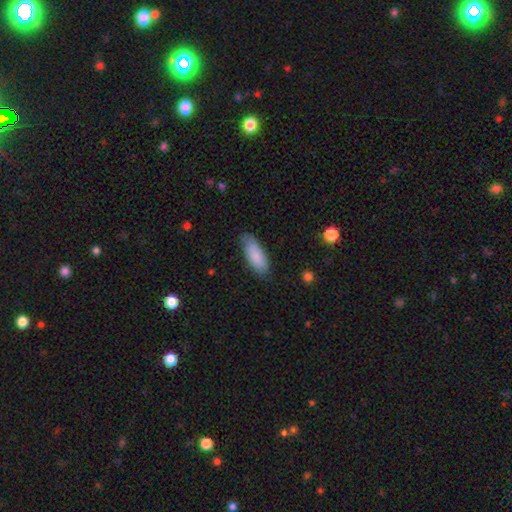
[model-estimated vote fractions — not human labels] The model was most divided on "how rounded": in between: 76%, cigar-shaped: 22%, round: 2%. More confident: smooth or featured — smooth (83%); merging — none (75%).